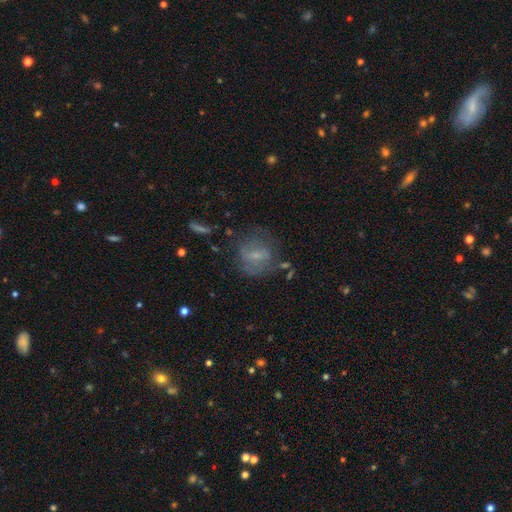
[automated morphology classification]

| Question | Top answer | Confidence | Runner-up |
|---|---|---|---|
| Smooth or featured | featured or disk | 46% | smooth (42%) |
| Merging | none | 53% | minor disturbance (22%) |